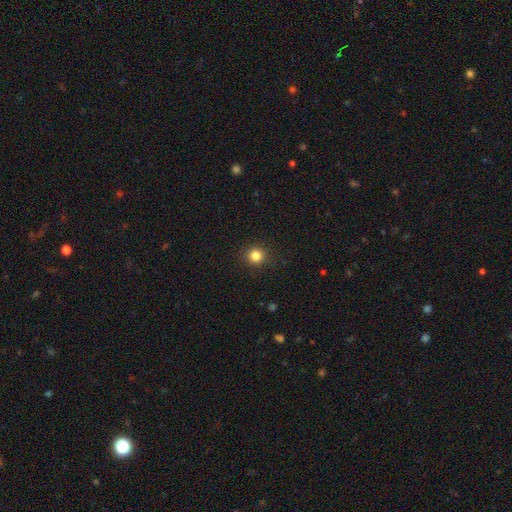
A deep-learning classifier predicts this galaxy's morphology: smooth-or-featured: smooth: 83% | star or artifact: 13% | featured or disk: 5%
  how-rounded: round: 92% | in between: 7% | cigar-shaped: 1%
  merging: none: 91% | minor disturbance: 6% | major disturbance: 2% | merger: 1%